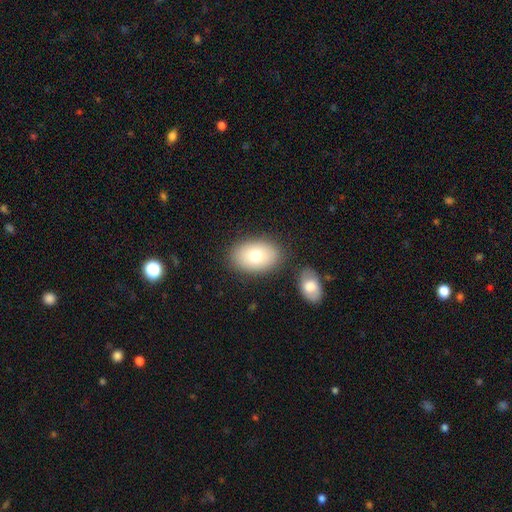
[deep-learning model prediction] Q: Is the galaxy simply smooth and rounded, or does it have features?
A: smooth — 76%.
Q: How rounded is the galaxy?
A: in between — 83%.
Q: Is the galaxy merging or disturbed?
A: none — 79%.